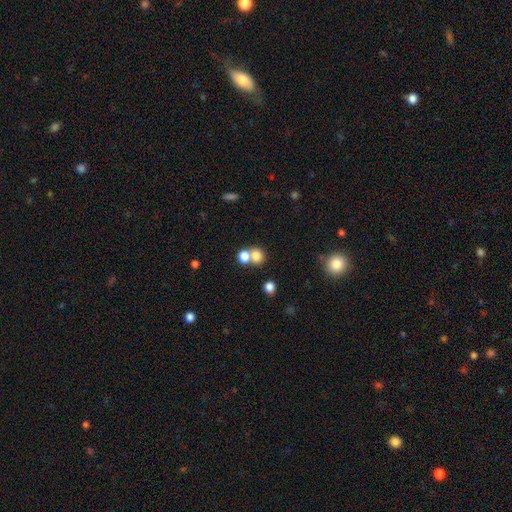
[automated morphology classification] type=smooth (77%); roundness=round (72%); merging=merger (47%).